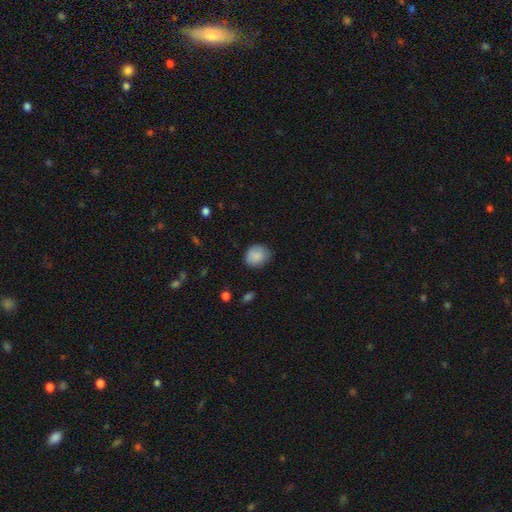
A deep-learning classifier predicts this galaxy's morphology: smooth-or-featured: smooth: 86% | star or artifact: 8% | featured or disk: 6%
  how-rounded: round: 64% | in between: 35% | cigar-shaped: 1%
  merging: none: 72% | minor disturbance: 22% | major disturbance: 4% | merger: 1%